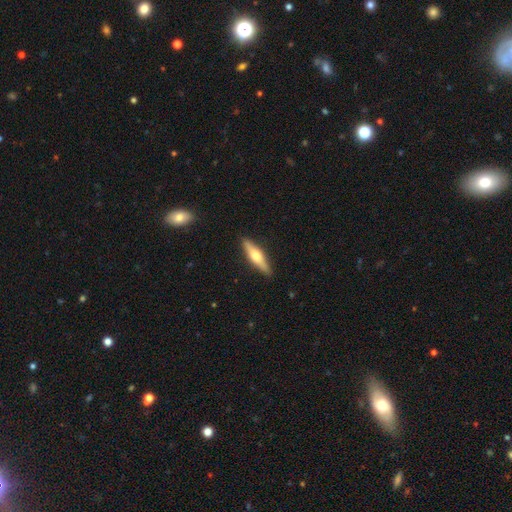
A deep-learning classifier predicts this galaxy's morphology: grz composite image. It shows a featured or disk galaxy (52%) viewed edge-on (94%). Merging: none (90%).